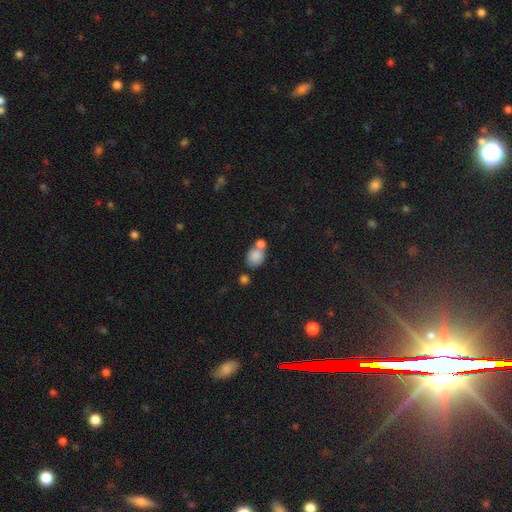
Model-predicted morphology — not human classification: The model was most divided on "merging": merger: 45%, none: 40%, minor disturbance: 11%, major disturbance: 4%. More confident: smooth or featured — smooth (82%); how rounded — in between (53%).